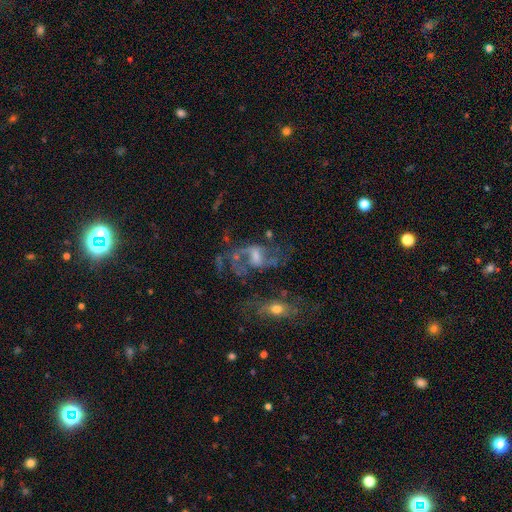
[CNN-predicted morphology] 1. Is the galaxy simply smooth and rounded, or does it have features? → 68% featured or disk, 18% star or artifact, 14% smooth.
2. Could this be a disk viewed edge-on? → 94% no, 6% yes.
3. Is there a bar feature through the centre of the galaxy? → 44% weak, 40% no, 16% strong.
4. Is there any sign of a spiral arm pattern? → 67% yes, 33% no.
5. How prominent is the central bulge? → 37% small, 35% moderate, 20% none, 6% large, 2% dominant.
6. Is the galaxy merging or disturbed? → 40% none, 29% major disturbance, 17% merger, 15% minor disturbance.